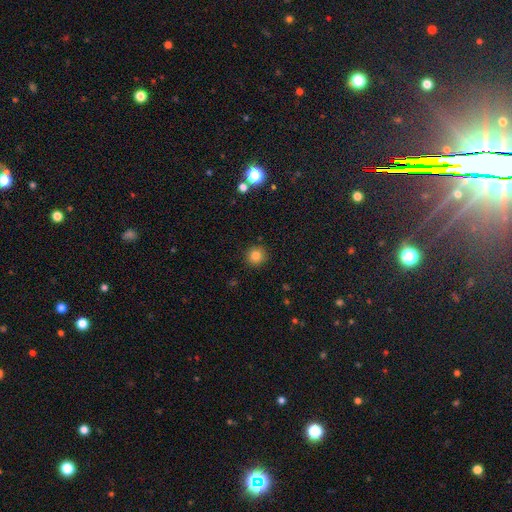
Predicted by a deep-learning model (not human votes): Smooth or featured: smooth — 83% (star or artifact — 12%)
How rounded: round — 93% (in between — 6%)
Merging: none — 91% (minor disturbance — 6%)